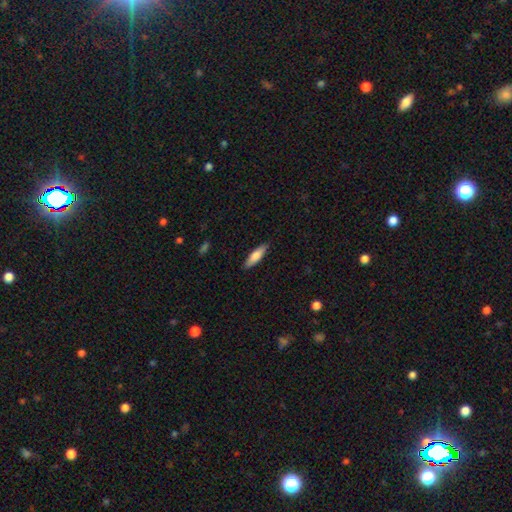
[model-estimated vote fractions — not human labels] Smooth or featured? Predicted: smooth (p=0.75). How rounded? Predicted: cigar-shaped (p=0.61). Merging? Predicted: none (p=0.87).